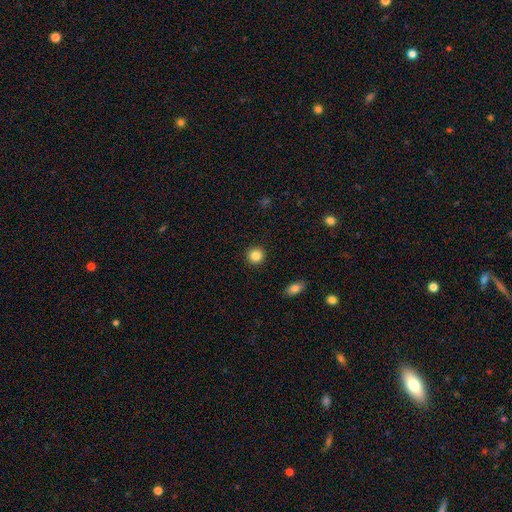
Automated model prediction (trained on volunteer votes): smooth_or_featured: smooth (p=0.86) [alt: star or artifact p=0.10]
how_rounded: round (p=0.93) [alt: in between p=0.06]
merging: none (p=0.92) [alt: minor disturbance p=0.05]